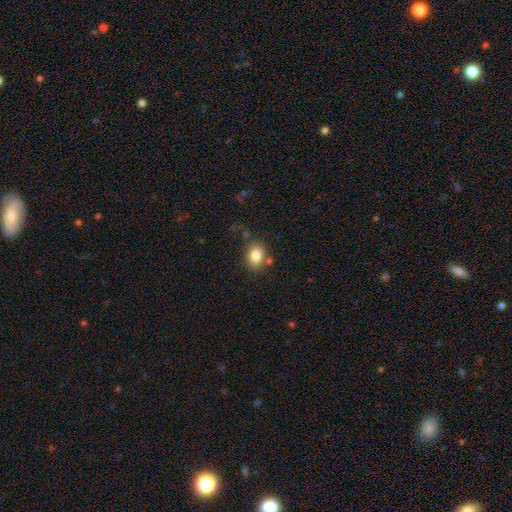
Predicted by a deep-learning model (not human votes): smooth_or_featured: smooth (p=0.82) [alt: featured or disk p=0.09]
how_rounded: in between (p=0.68) [alt: round p=0.31]
merging: none (p=0.73) [alt: minor disturbance p=0.14]